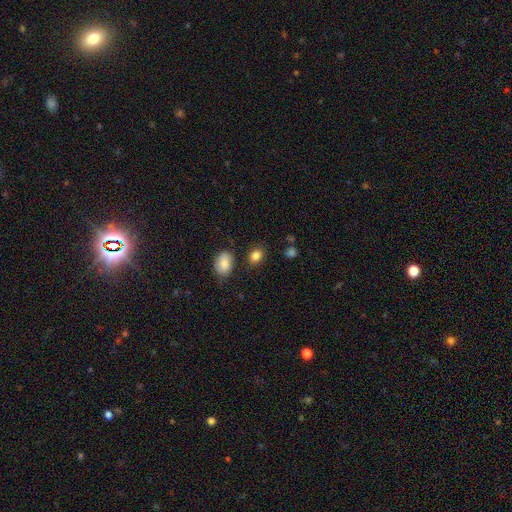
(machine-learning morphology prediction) Smooth or featured? Predicted: smooth (p=0.85). How rounded? Predicted: in between (p=0.62). Merging? Predicted: none (p=0.80).